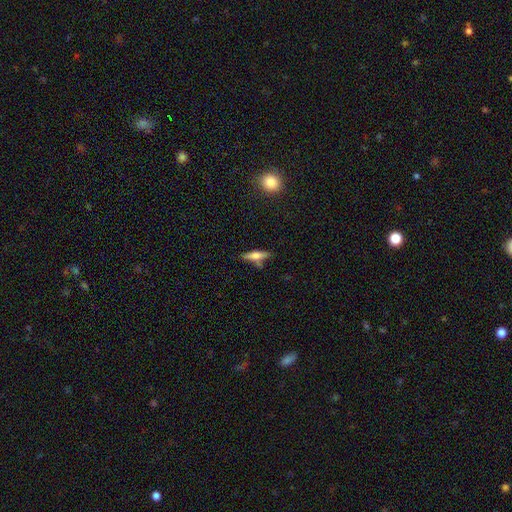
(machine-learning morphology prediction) smooth 49%, featured or disk 43%, star or artifact 8%. Down the decision tree: merging — none (71%).